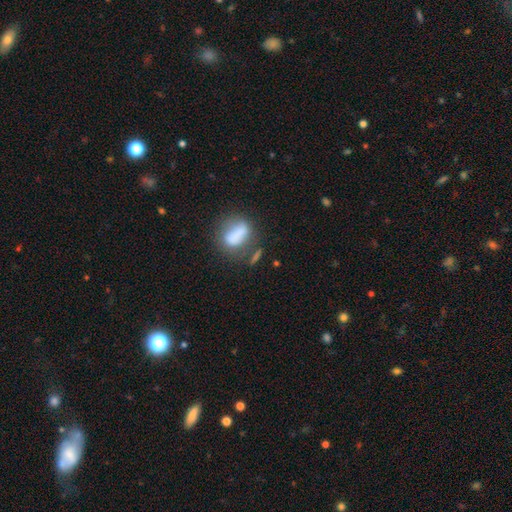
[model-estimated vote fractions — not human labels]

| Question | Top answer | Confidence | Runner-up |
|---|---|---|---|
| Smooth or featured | smooth | 68% | featured or disk (20%) |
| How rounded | in between | 66% | round (21%) |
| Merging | none | 47% | minor disturbance (22%) |